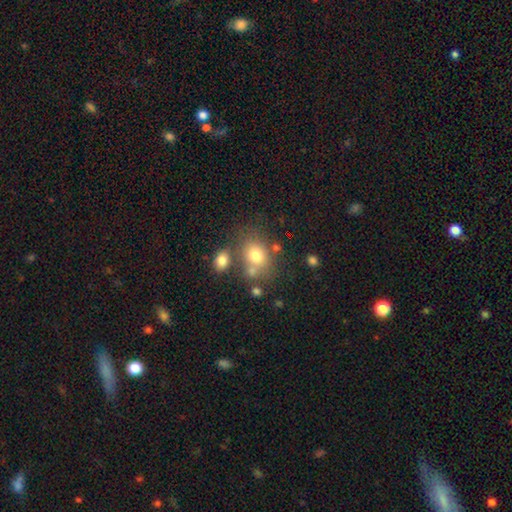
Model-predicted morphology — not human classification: Smooth or featured?
  - smooth: 75% *
  - featured or disk: 12%
  - star or artifact: 12%
How rounded?
  - round: 50% *
  - in between: 49%
  - cigar-shaped: 1%
Merging?
  - none: 57% *
  - merger: 20%
  - minor disturbance: 16%
  - major disturbance: 7%